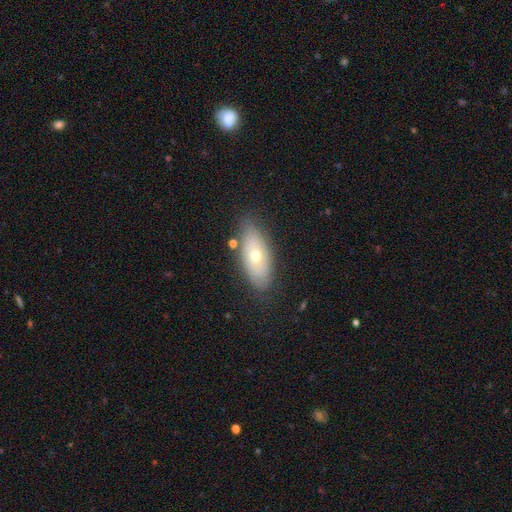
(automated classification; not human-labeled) smooth-or-featured: smooth: 51% | featured or disk: 41% | star or artifact: 8%
  how-rounded: in between: 86% | cigar-shaped: 9% | round: 5%
  merging: none: 78% | minor disturbance: 16% | major disturbance: 4% | merger: 3%